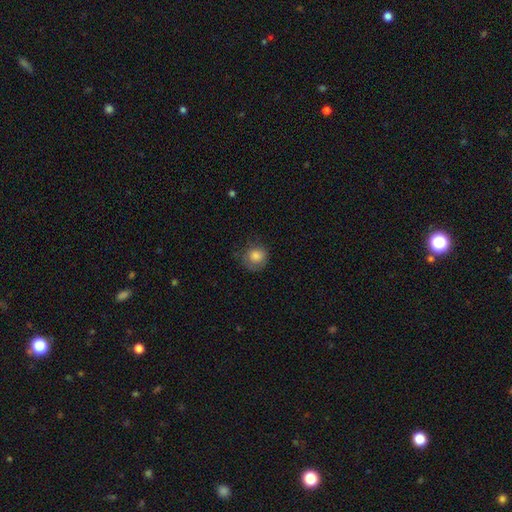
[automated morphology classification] This is clearly a smooth galaxy (83%). How rounded: clearly round (84%). Merging: likely none (67%).